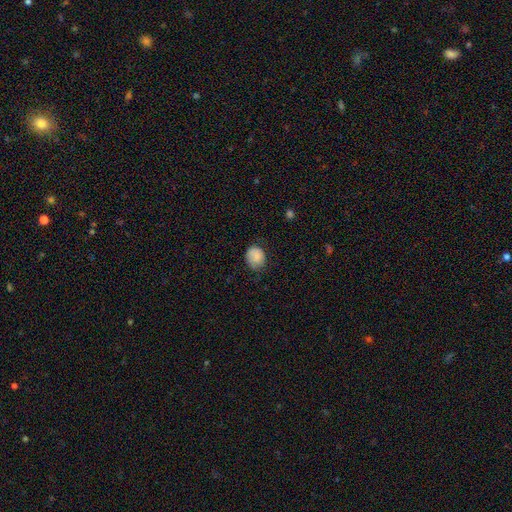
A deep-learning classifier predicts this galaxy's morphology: This appears to be a smooth galaxy with no disk features (84%) that is round (61%). Merging: none (62%).